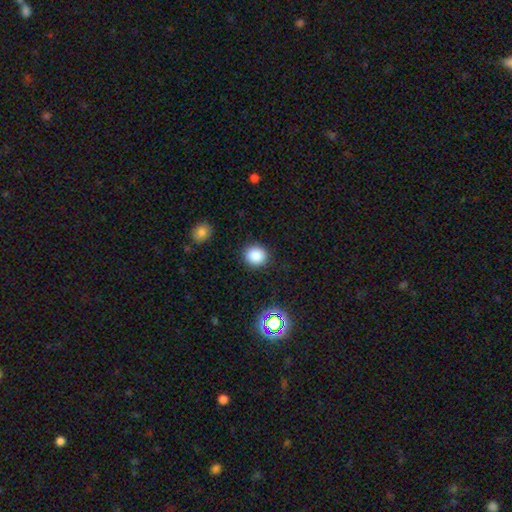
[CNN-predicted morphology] Overall: smooth (85%). How rounded: round (84%). Merging: none (89%).